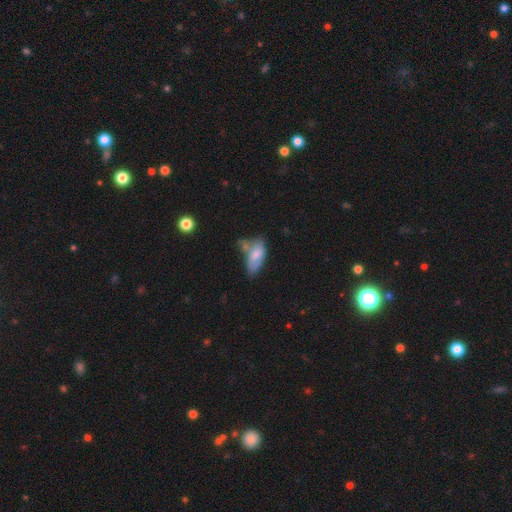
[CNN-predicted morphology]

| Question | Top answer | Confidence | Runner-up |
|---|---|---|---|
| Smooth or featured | smooth | 67% | featured or disk (25%) |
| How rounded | in between | 88% | cigar-shaped (8%) |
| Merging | none | 31% | minor disturbance (27%) |